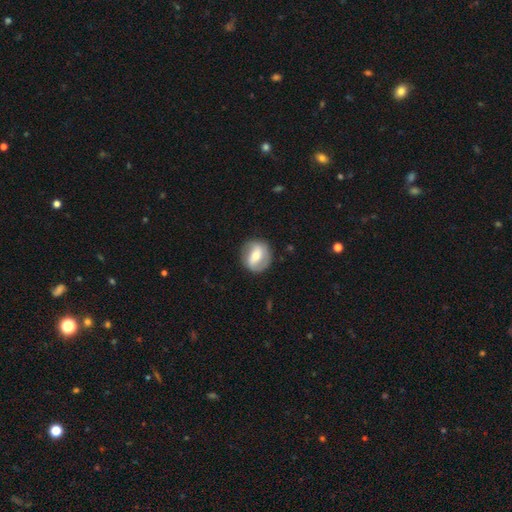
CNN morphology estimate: A featured or disk galaxy (60%) with a strong bar (43%), spiral arms (69%) and a moderate central bulge (61%).

Vote fractions:
- Smooth or featured? featured or disk: 60% / smooth: 34% / star or artifact: 6%
- Edge-on disk? no: 95% / yes: 5%
- Bar? strong: 43% / weak: 35% / no: 22%
- Spiral arms? yes: 69% / no: 31%
- Bulge size? moderate: 61% / small: 30% / large: 6% / none: 1% / dominant: 1%
- Merging? none: 83% / minor disturbance: 12% / major disturbance: 4% / merger: 1%